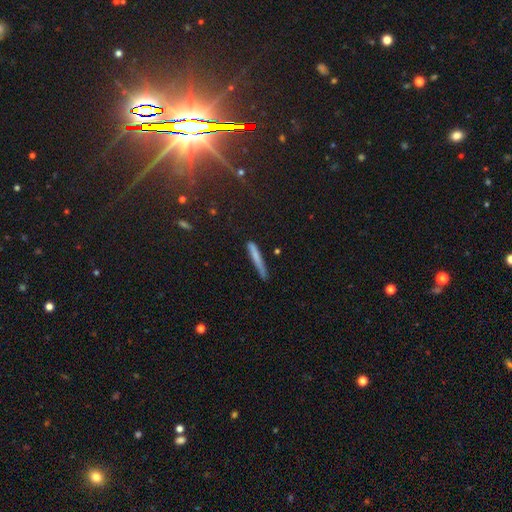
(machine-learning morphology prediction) A smooth galaxy with no disk features (72%) that is cigar-shaped (96%).

Vote fractions:
- Smooth or featured? smooth: 72% / featured or disk: 20% / star or artifact: 8%
- How rounded? cigar-shaped: 96% / in between: 3% / round: 1%
- Merging? none: 77% / minor disturbance: 17% / major disturbance: 3% / merger: 2%